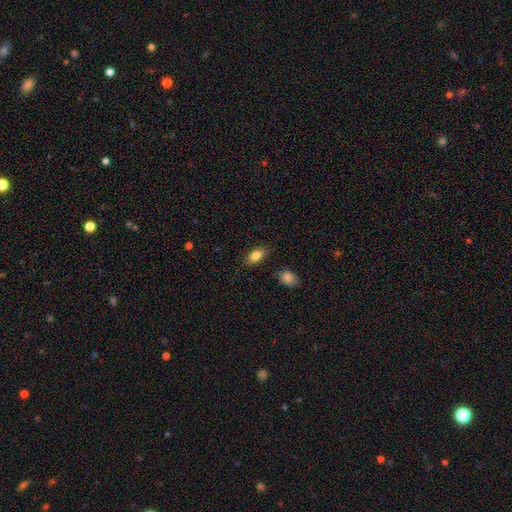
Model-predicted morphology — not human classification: Overall: smooth (83%). How rounded: in between (90%). Merging: none (85%).